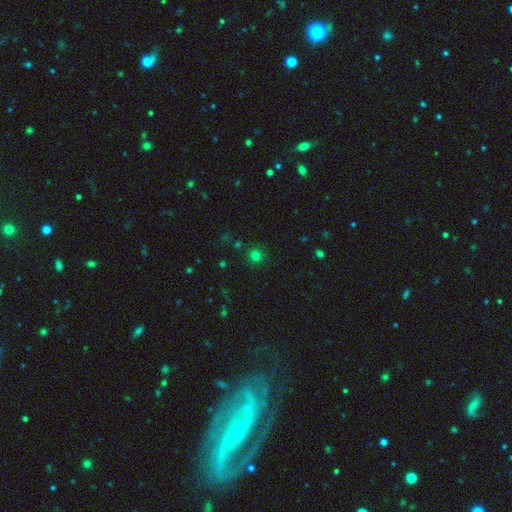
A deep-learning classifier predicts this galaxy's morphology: smooth_or_featured: smooth (p=0.74) [alt: star or artifact p=0.20]
how_rounded: round (p=0.93) [alt: in between p=0.06]
merging: none (p=0.88) [alt: minor disturbance p=0.07]